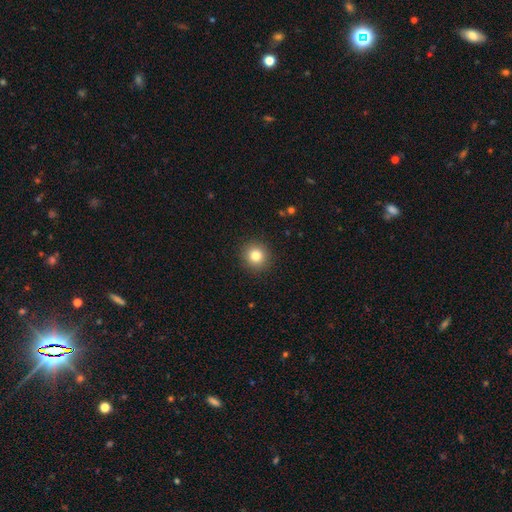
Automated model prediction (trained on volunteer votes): Smooth or featured?
  - smooth: 82% *
  - star or artifact: 11%
  - featured or disk: 7%
How rounded?
  - round: 92% *
  - in between: 7%
  - cigar-shaped: 1%
Merging?
  - none: 91% *
  - minor disturbance: 6%
  - major disturbance: 2%
  - merger: 1%